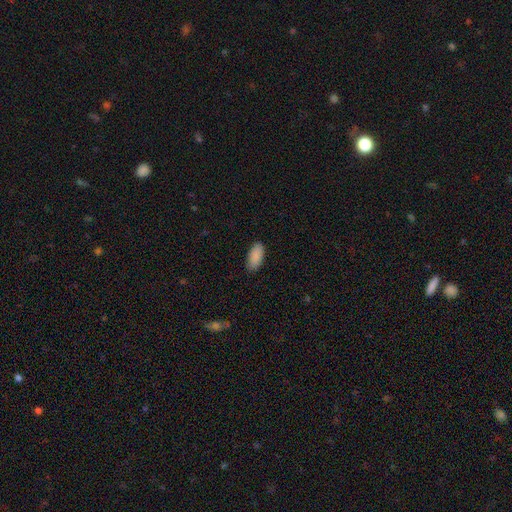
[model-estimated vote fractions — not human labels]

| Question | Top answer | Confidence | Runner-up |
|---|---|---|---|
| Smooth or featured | smooth | 90% | star or artifact (7%) |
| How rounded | in between | 91% | cigar-shaped (7%) |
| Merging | none | 86% | minor disturbance (10%) |